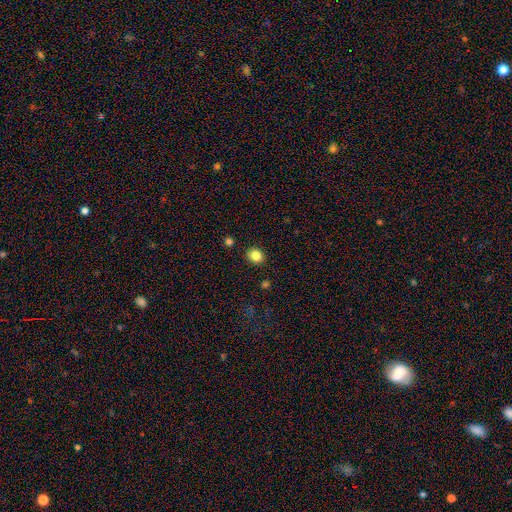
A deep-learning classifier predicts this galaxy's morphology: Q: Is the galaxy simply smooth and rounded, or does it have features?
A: smooth — 84%.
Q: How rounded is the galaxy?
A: round — 66%.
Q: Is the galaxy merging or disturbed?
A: none — 89%.